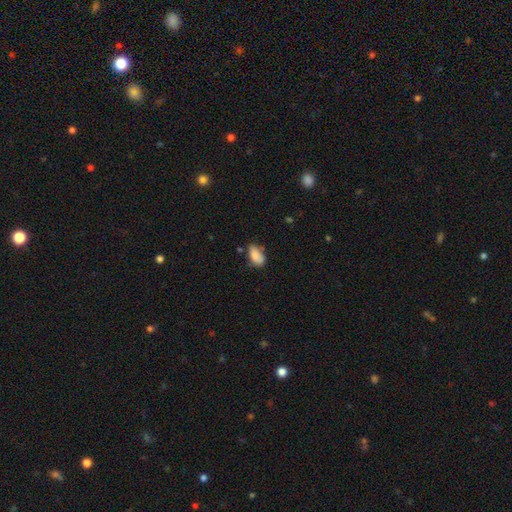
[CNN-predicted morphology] Overall: smooth (83%). How rounded: in between (91%). Merging: none (58%; minor disturbance 30%).